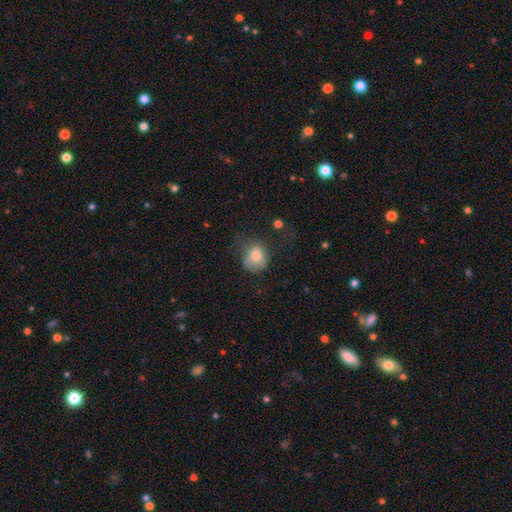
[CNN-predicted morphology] Smooth or featured: smooth — 77% (featured or disk — 13%)
How rounded: round — 59% (in between — 40%)
Merging: none — 37% (minor disturbance — 31%)